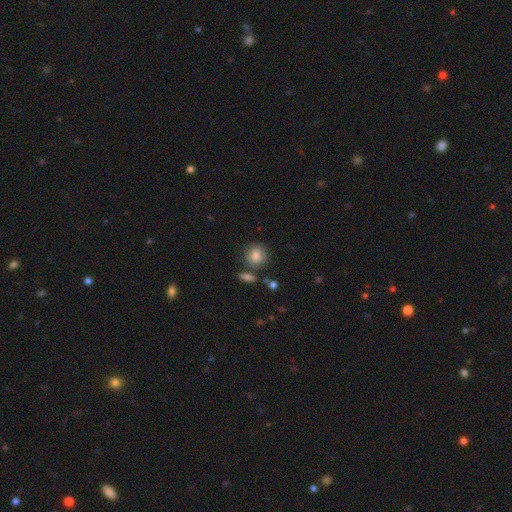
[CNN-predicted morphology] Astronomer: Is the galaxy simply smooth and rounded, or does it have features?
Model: smooth — 83%.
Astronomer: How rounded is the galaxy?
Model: round — 73%.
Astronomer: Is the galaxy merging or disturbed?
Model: none — 72%.